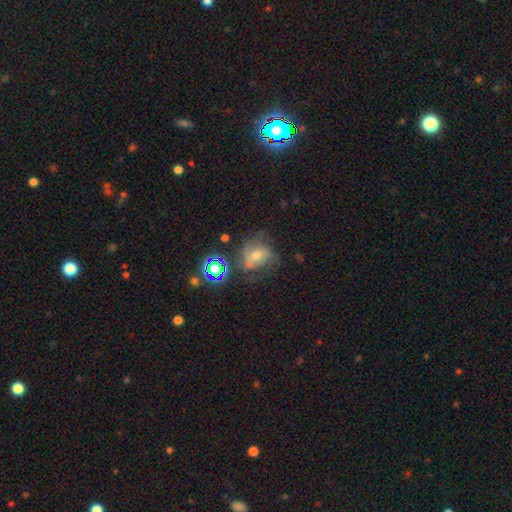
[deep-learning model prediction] Smooth or featured: featured or disk — 52% (smooth — 25%)
Edge-on disk: no — 96% (yes — 4%)
Merging: none — 51% (minor disturbance — 23%)